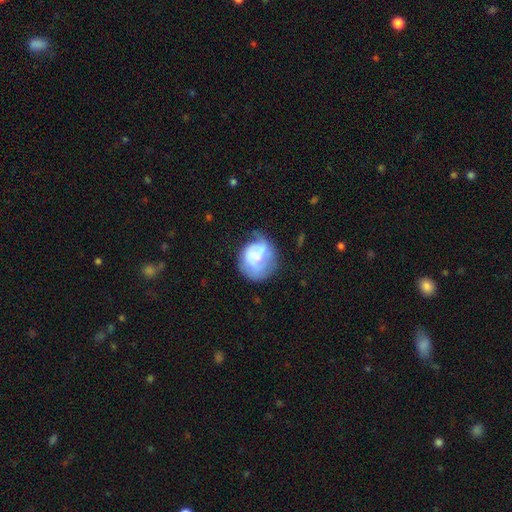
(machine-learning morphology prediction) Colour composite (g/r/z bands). It shows a smooth galaxy with no disk features (48%). Merging: none (40%).